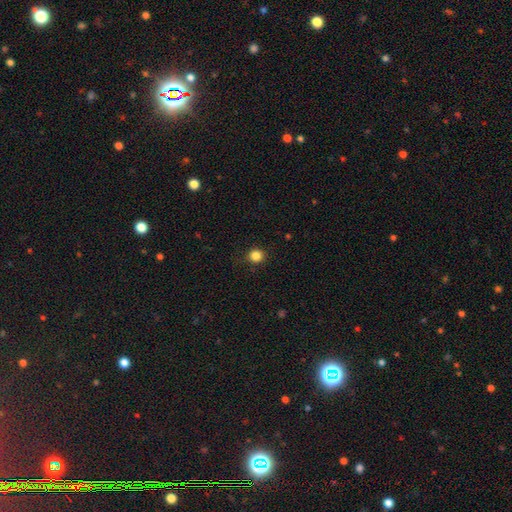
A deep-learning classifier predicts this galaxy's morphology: type=smooth (84%); roundness=round (91%); merging=none (90%).